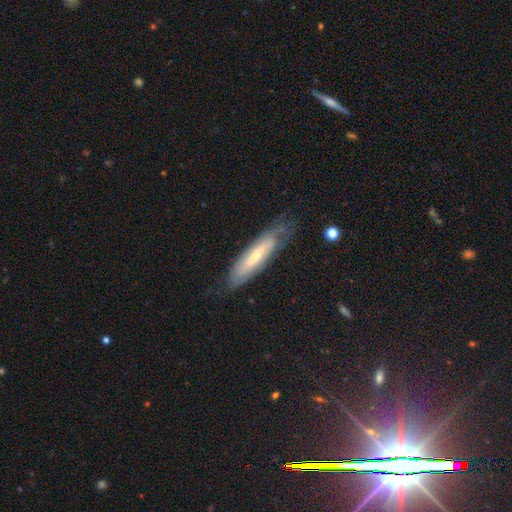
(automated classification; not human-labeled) Smooth or featured? featured or disk (57%)
Edge-on disk? no (54%)
Merging? none (67%)